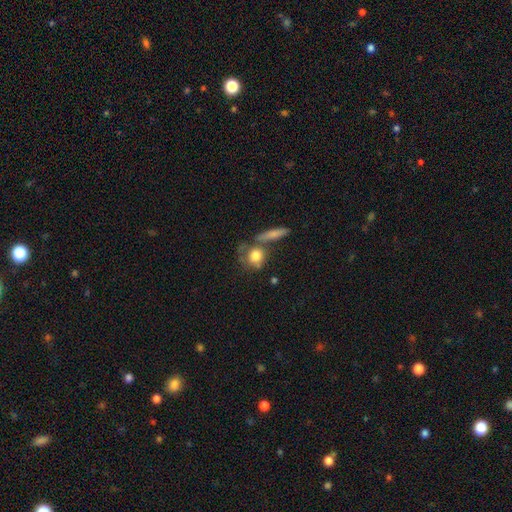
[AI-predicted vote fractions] Smooth or featured: smooth — 75% (featured or disk — 17%)
How rounded: round — 67% (in between — 26%)
Merging: none — 47% (merger — 26%)